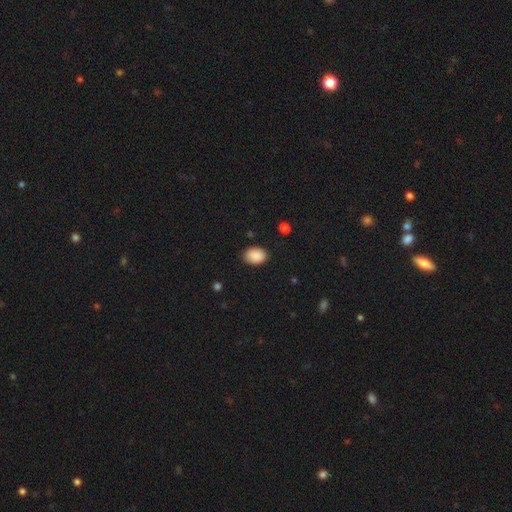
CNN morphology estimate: Overall: smooth (90%). How rounded: in between (79%). Merging: none (85%).